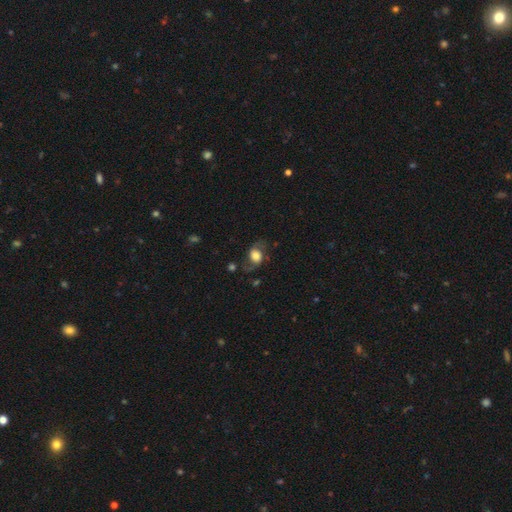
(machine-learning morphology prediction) Smooth or featured? featured or disk (47%)
Merging? none (61%)